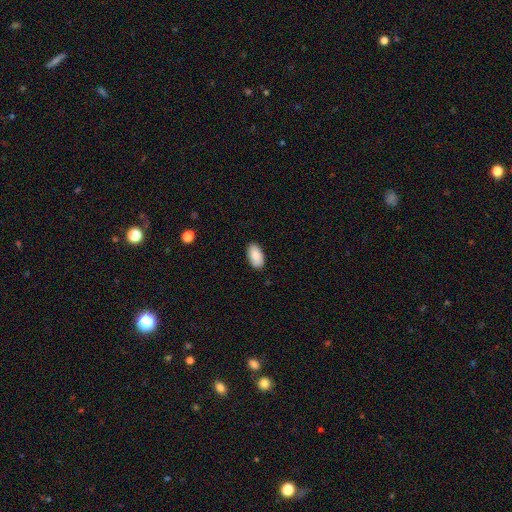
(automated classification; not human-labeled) Overall: smooth (89%). How rounded: in between (96%). Merging: none (89%).